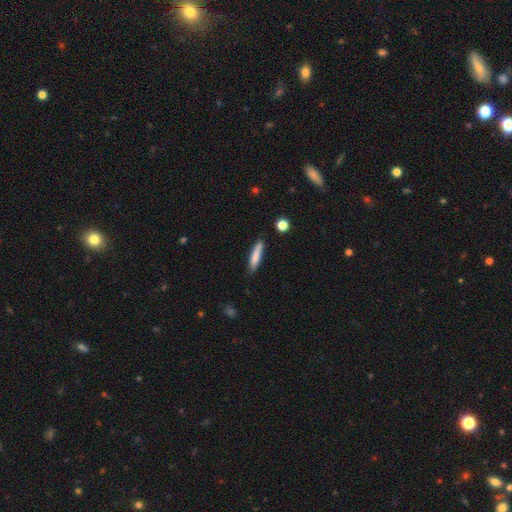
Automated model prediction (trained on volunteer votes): A smooth galaxy with no disk features (78%) that is cigar-shaped (87%).

Vote fractions:
- Smooth or featured? smooth: 78% / featured or disk: 16% / star or artifact: 6%
- How rounded? cigar-shaped: 87% / in between: 12% / round: 1%
- Merging? none: 81% / minor disturbance: 14% / major disturbance: 2% / merger: 2%